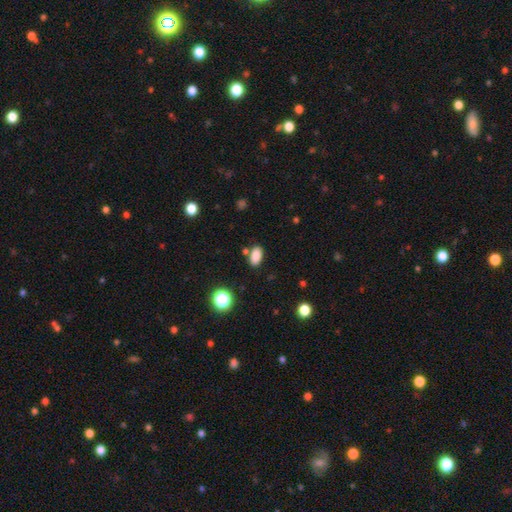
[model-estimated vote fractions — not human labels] A smooth galaxy with no disk features (85%) that is in between round and cigar-shaped (90%).

Vote fractions:
- Smooth or featured? smooth: 85% / star or artifact: 10% / featured or disk: 5%
- How rounded? in between: 90% / round: 7% / cigar-shaped: 3%
- Merging? none: 79% / minor disturbance: 11% / merger: 7% / major disturbance: 3%